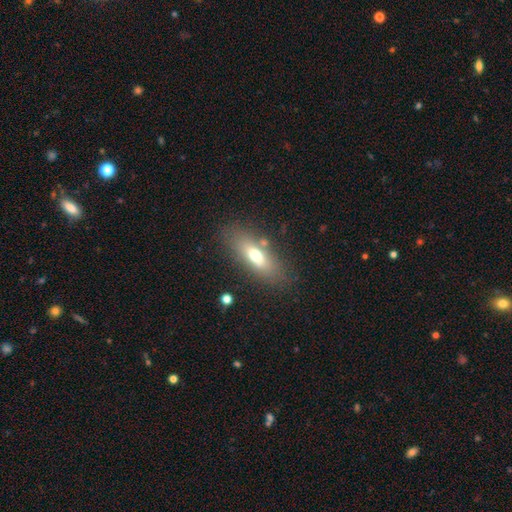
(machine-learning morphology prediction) type=smooth (63%); roundness=in between (67%); merging=none (77%).